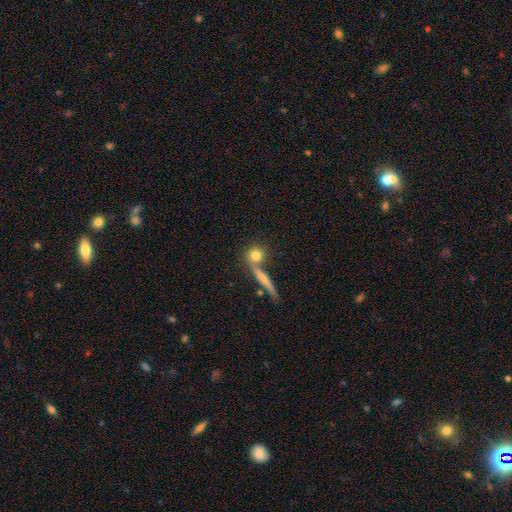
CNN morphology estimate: Smooth or featured? smooth (74%)
How rounded? round (80%)
Merging? none (62%)